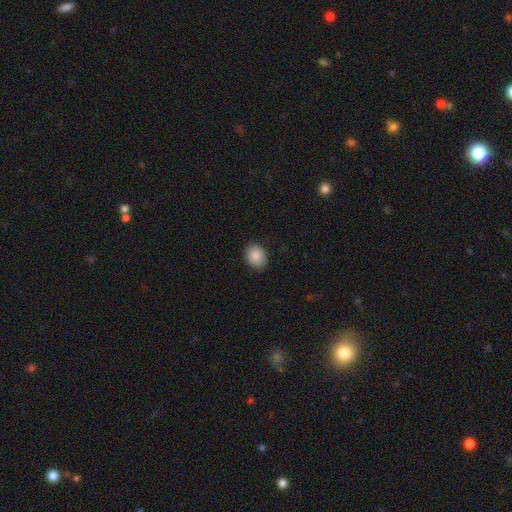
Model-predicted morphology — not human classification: Smooth or featured: smooth — 88% (star or artifact — 7%)
How rounded: in between — 58% (round — 41%)
Merging: none — 89% (minor disturbance — 8%)